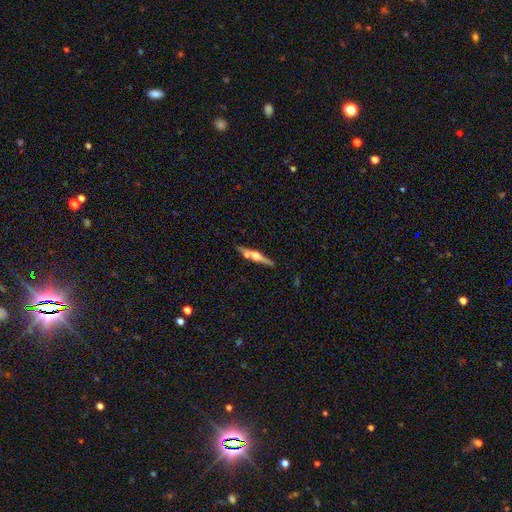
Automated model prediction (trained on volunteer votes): smooth-or-featured: featured or disk: 70% | smooth: 24% | star or artifact: 6%
  disk-edge-on: yes: 97% | no: 3%
    edge-on-bulge: rounded: 93% | boxy: 4% | none: 3%
  merging: none: 74% | merger: 13% | minor disturbance: 10% | major disturbance: 3%